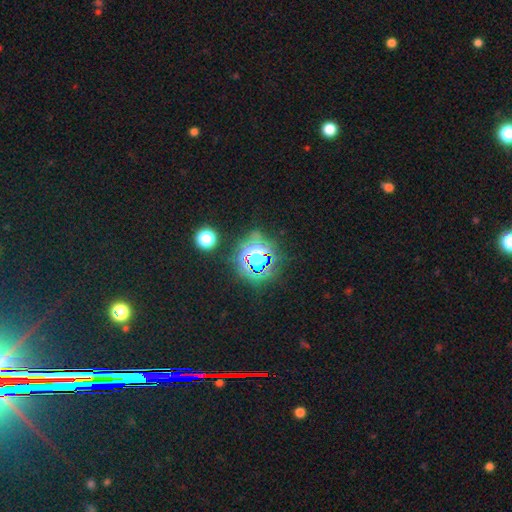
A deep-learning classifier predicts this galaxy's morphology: type=star or artifact (65%).